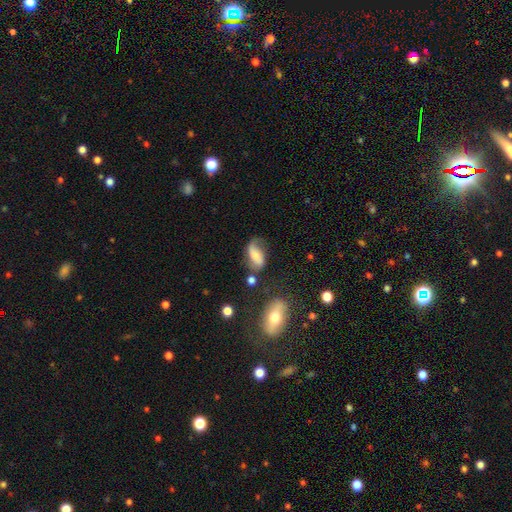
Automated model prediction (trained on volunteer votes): Smooth or featured?
  - smooth: 49% *
  - featured or disk: 42%
  - star or artifact: 9%
Merging?
  - none: 48% *
  - minor disturbance: 28%
  - major disturbance: 16%
  - merger: 8%